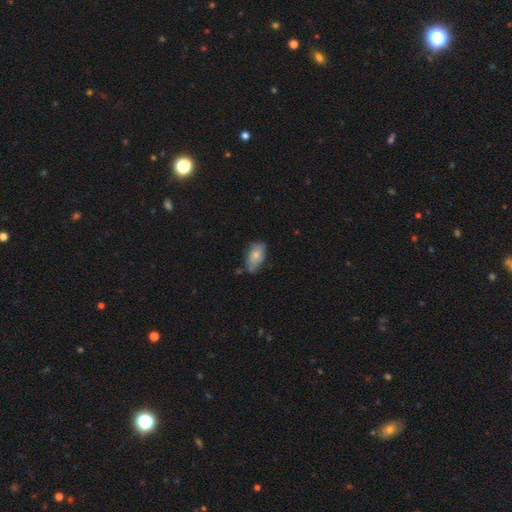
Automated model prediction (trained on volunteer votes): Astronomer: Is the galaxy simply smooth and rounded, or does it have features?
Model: smooth — 73%.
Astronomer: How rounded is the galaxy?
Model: in between — 91%.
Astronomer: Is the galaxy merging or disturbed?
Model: none — 52% (runner-up: minor disturbance, 33%).